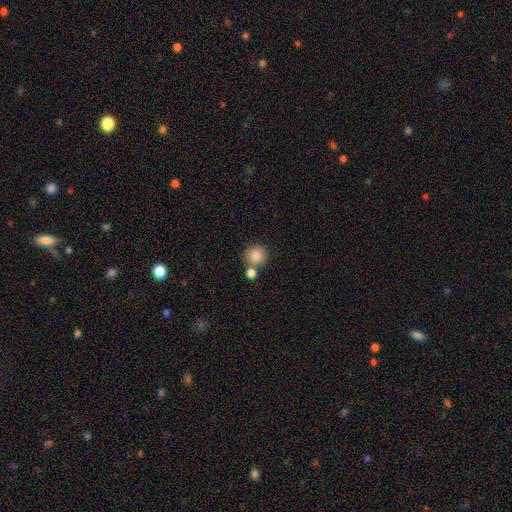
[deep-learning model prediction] A smooth galaxy with no disk features (84%) that is round (91%).

Vote fractions:
- Smooth or featured? smooth: 84% / star or artifact: 9% / featured or disk: 7%
- How rounded? round: 91% / in between: 8% / cigar-shaped: 1%
- Merging? none: 67% / merger: 22% / minor disturbance: 8% / major disturbance: 3%